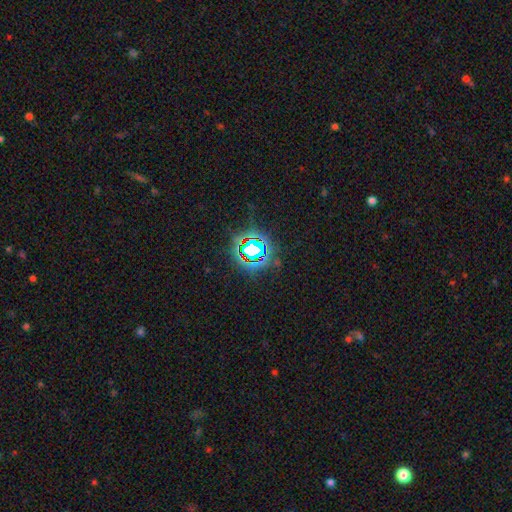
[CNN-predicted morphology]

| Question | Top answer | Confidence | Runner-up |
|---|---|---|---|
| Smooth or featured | star or artifact | 81% | smooth (12%) |